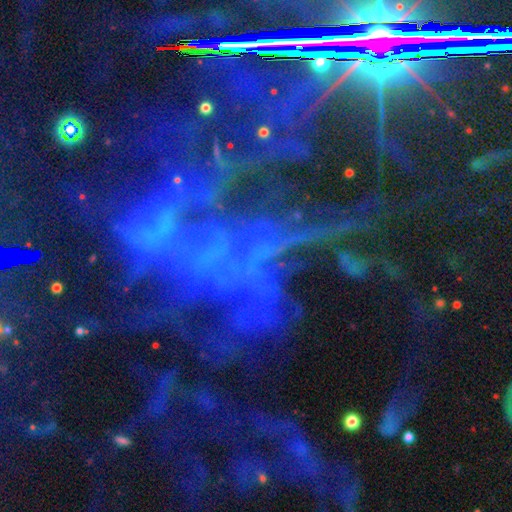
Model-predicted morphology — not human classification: smooth-or-featured: star or artifact: 59% | featured or disk: 33% | smooth: 8%